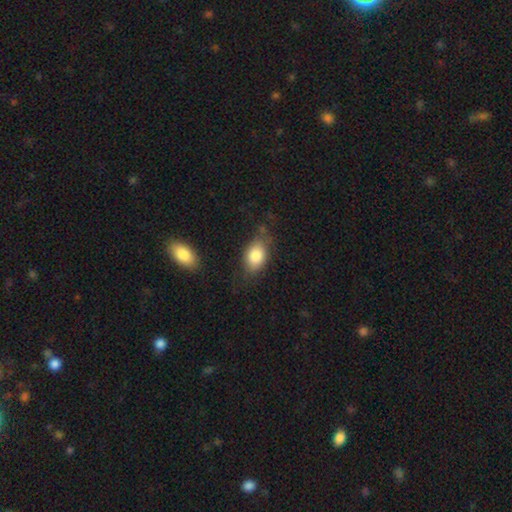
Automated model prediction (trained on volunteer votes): Smooth or featured? smooth (82%)
How rounded? in between (84%)
Merging? none (67%)